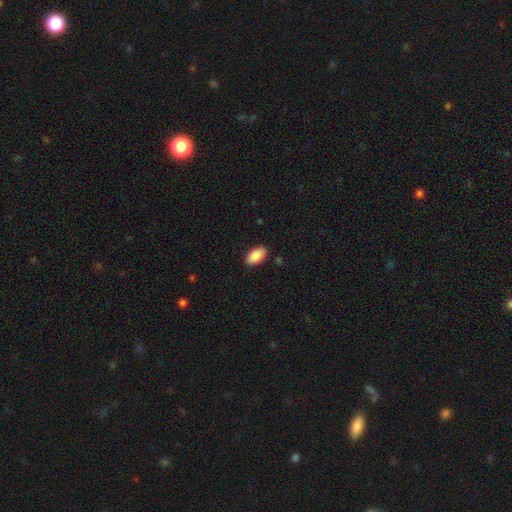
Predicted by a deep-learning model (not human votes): The model was most divided on "merging": none: 88%, minor disturbance: 9%, major disturbance: 2%, merger: 1%. More confident: how rounded — in between (94%); smooth or featured — smooth (89%).